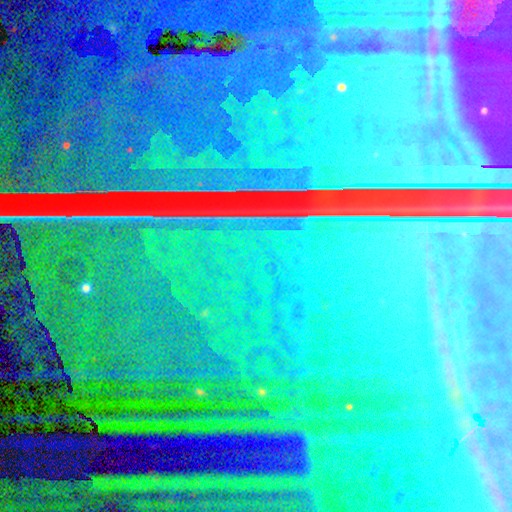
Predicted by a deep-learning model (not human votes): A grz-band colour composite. It shows a star or artifact, not a galaxy (86%).